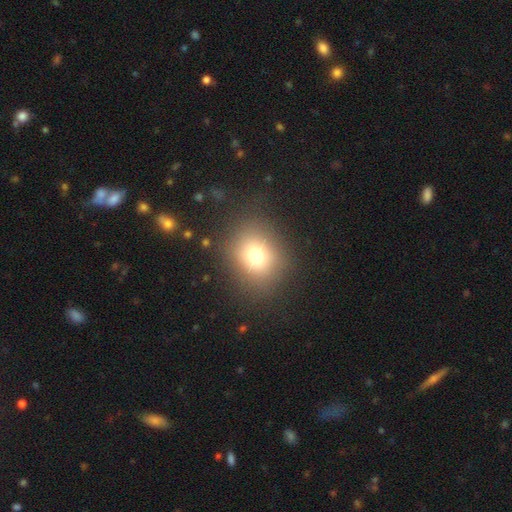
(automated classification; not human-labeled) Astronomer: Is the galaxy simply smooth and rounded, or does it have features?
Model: smooth — 73%.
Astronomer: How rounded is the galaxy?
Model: round — 72%.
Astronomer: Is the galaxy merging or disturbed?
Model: none — 82%.